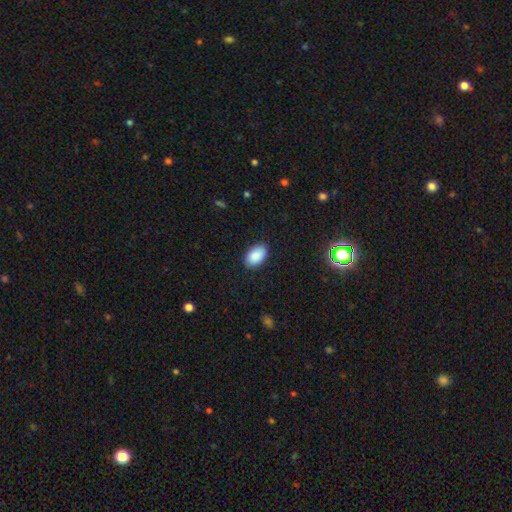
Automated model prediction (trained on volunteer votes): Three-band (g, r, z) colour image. It shows a smooth galaxy with no disk features (88%) that is in between round and cigar-shaped (93%). Merging: none (88%).